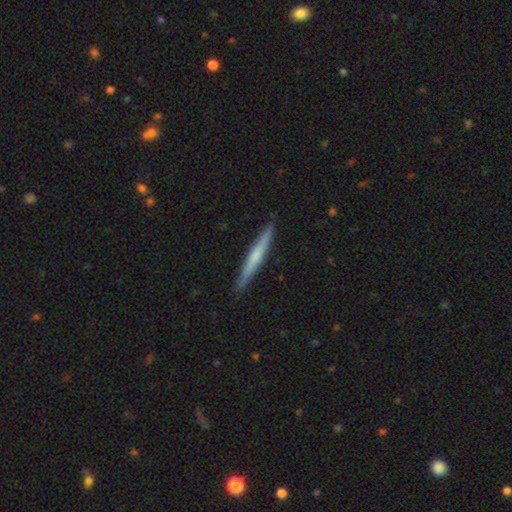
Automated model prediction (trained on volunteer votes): smooth_or_featured: smooth (p=0.50) [alt: featured or disk p=0.45]
merging: none (p=0.91) [alt: minor disturbance p=0.06]